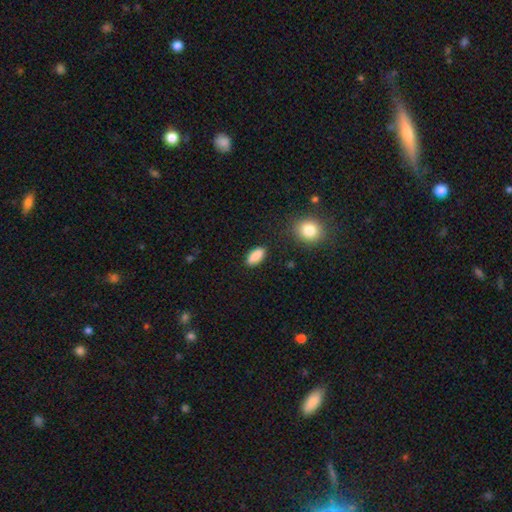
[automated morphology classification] Smooth or featured? smooth (88%)
How rounded? in between (85%)
Merging? none (87%)